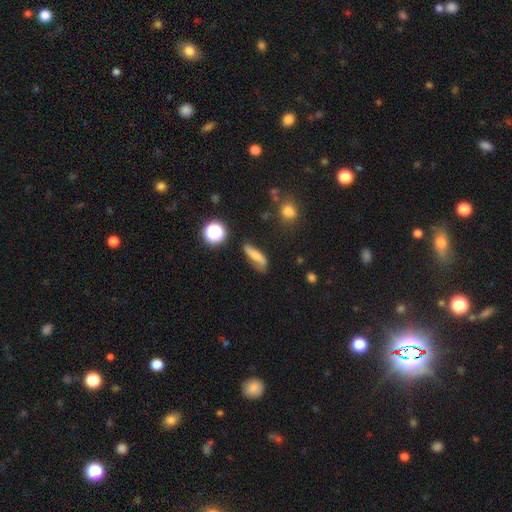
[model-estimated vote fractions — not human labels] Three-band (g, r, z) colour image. It shows a smooth galaxy with no disk features (66%) that is cigar-shaped (56%). Merging: none (60%).